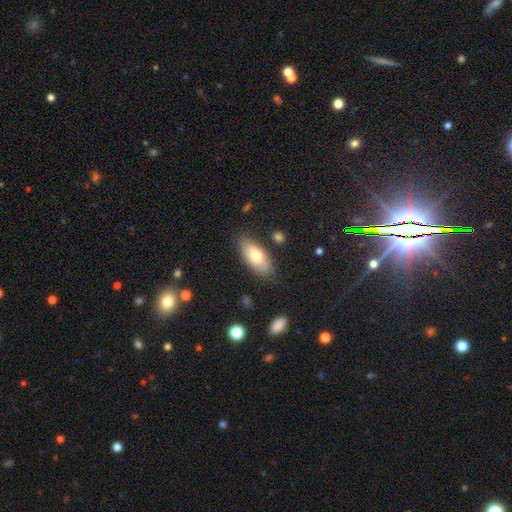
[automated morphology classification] This appears to be a smooth galaxy with no disk features (72%) that is in between round and cigar-shaped (87%). Merging: none (80%).